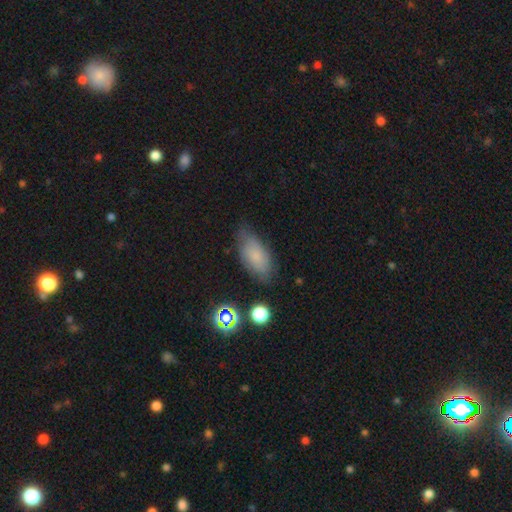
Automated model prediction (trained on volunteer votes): Smooth or featured: smooth — 70% (featured or disk — 19%)
How rounded: in between — 89% (cigar-shaped — 7%)
Merging: none — 67% (minor disturbance — 25%)